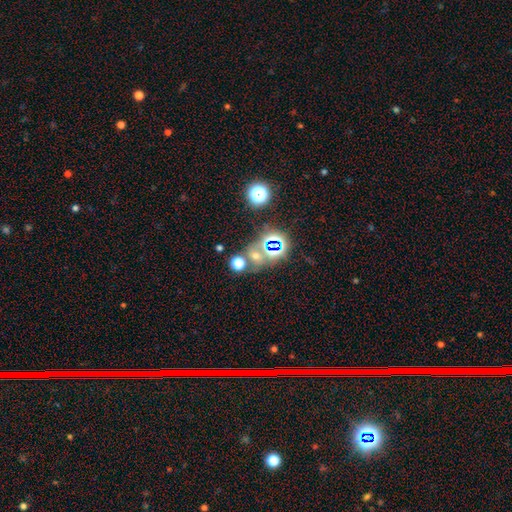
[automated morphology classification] This is possibly a star or artifact rather than a galaxy (49%).